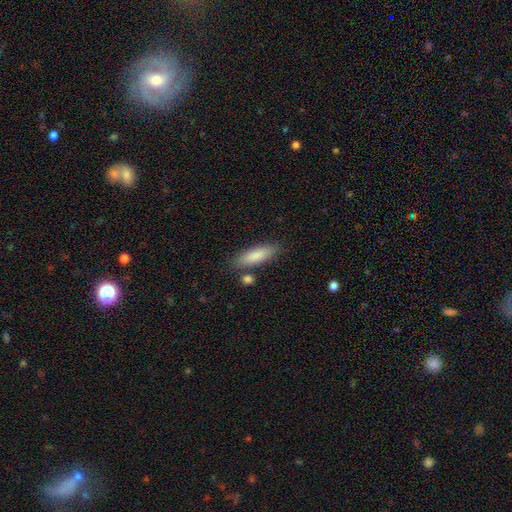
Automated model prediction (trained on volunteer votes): This appears to be a smooth galaxy with no disk features (84%) that is cigar-shaped (52%). Merging: none (77%).